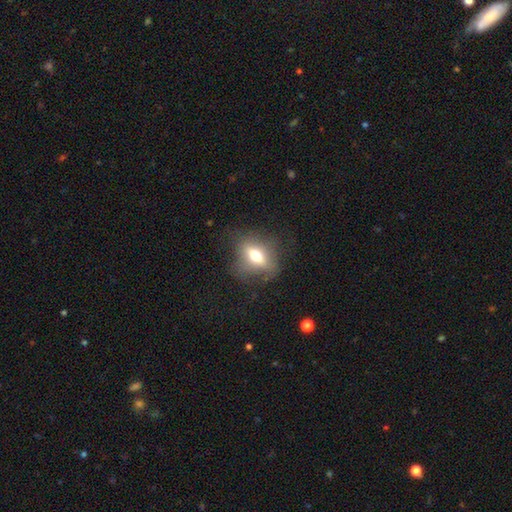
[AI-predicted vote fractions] Smooth or featured? Predicted: smooth (p=0.56). How rounded? Predicted: in between (p=0.63). Merging? Predicted: none (p=0.69).